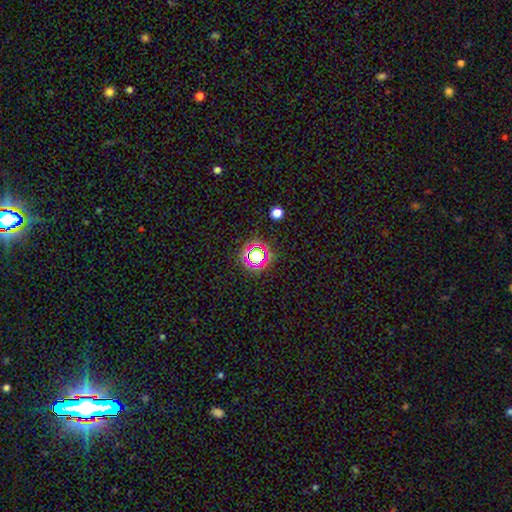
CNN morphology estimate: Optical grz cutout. It shows a star or artifact, not a galaxy (56%).